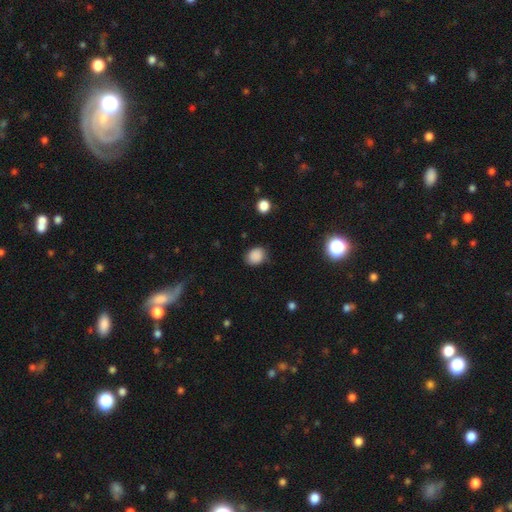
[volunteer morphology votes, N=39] type=smooth (85%); roundness=round (70%); merging=none (83%).